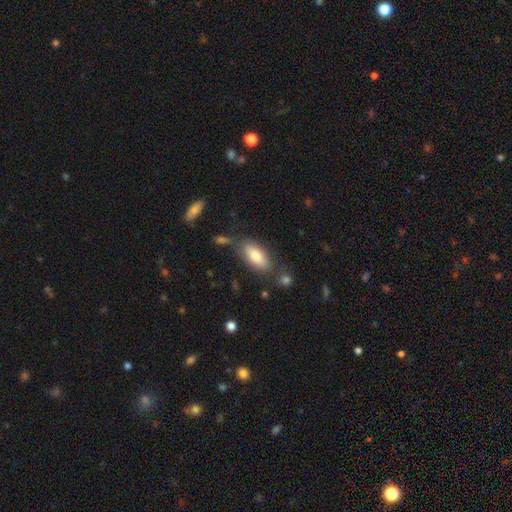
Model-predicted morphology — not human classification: smooth 79%, featured or disk 15%, star or artifact 7%. Down the decision tree: how rounded — in between (86%); merging — none (70%).